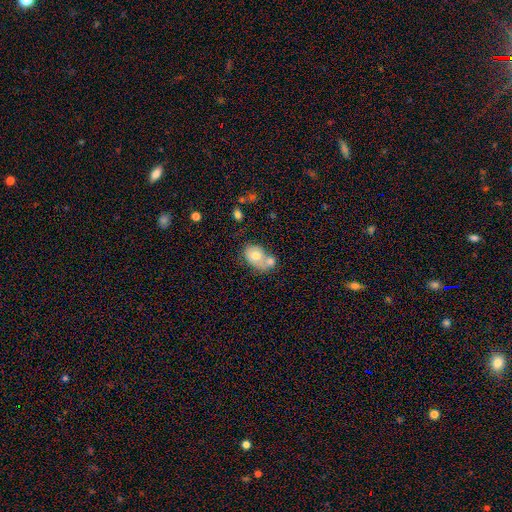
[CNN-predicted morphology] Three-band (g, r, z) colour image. It shows a smooth galaxy with no disk features (67%) that is in between round and cigar-shaped (64%). Merging: merger (58%).